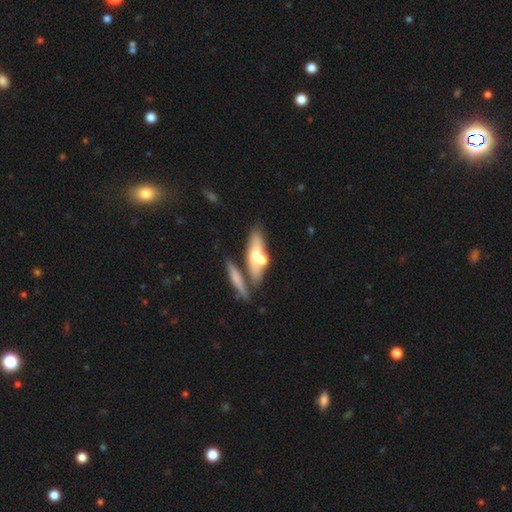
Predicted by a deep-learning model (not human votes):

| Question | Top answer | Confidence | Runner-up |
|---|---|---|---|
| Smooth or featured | smooth | 49% | featured or disk (43%) |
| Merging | none | 50% | merger (32%) |